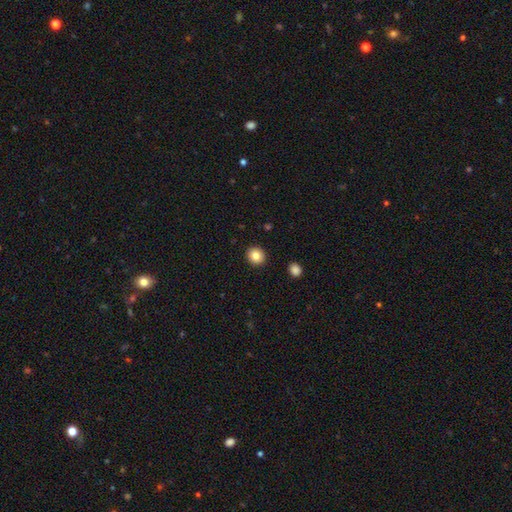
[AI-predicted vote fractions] A smooth galaxy with no disk features (84%) that is round (86%).

Vote fractions:
- Smooth or featured? smooth: 84% / star or artifact: 10% / featured or disk: 7%
- How rounded? round: 86% / in between: 13% / cigar-shaped: 1%
- Merging? none: 92% / minor disturbance: 5% / major disturbance: 2% / merger: 1%